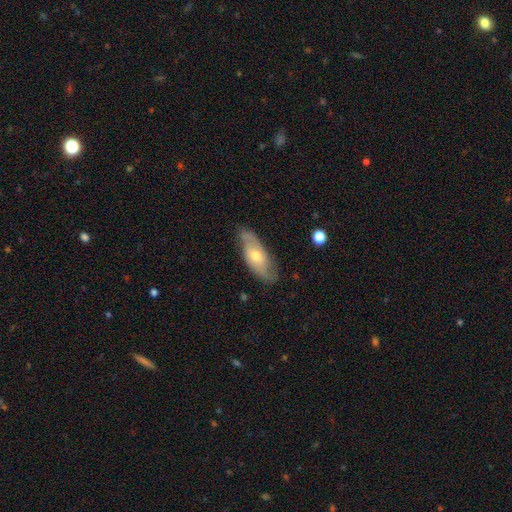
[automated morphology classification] Smooth or featured? featured or disk (57%)
Edge-on disk? no (79%)
Merging? none (77%)